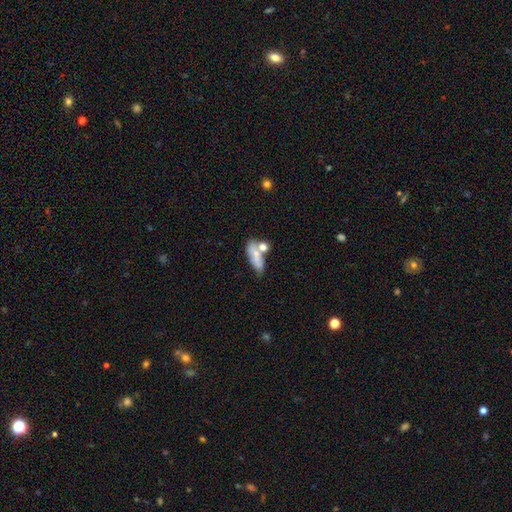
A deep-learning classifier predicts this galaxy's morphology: A smooth galaxy with no disk features (62%) that is in between round and cigar-shaped (72%). Merging: merger (42%).